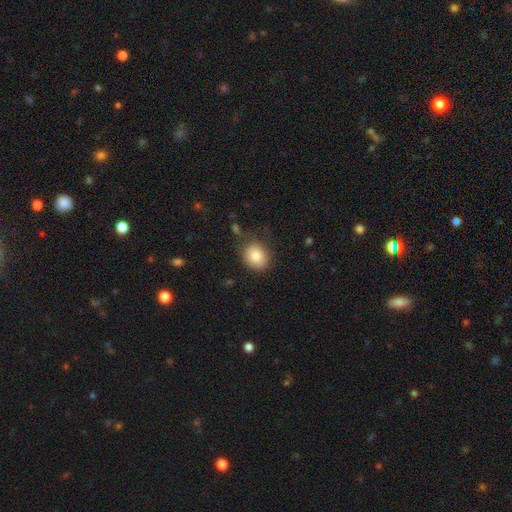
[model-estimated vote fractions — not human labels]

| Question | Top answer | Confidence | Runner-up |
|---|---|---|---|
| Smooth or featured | smooth | 82% | featured or disk (10%) |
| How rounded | round | 56% | in between (43%) |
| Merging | none | 74% | minor disturbance (18%) |